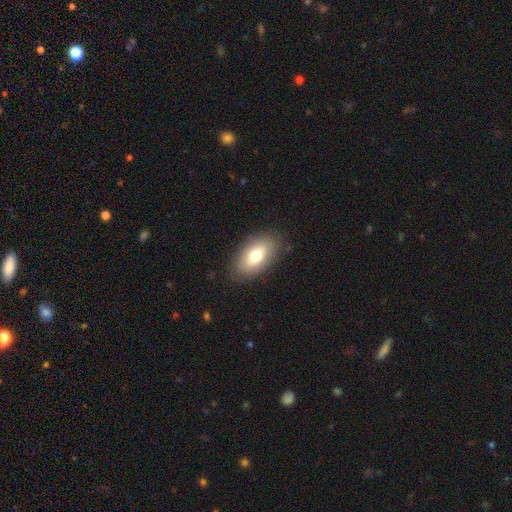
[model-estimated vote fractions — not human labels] smooth 75%, featured or disk 18%, star or artifact 8%. Down the decision tree: how rounded — in between (92%); merging — none (86%).